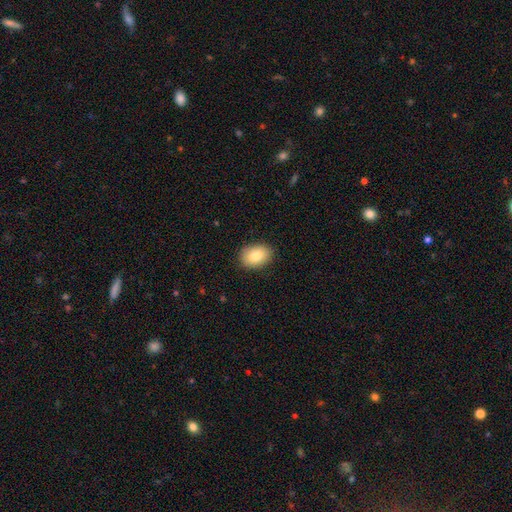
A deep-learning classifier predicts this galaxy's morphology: The model was most divided on "how rounded": in between: 79%, round: 20%, cigar-shaped: 1%. More confident: merging — none (88%); smooth or featured — smooth (83%).